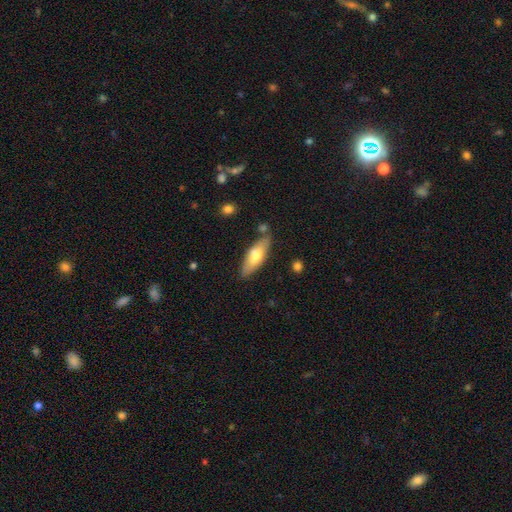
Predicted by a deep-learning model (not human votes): A smooth galaxy with no disk features (63%) that is in between round and cigar-shaped (59%).

Vote fractions:
- Smooth or featured? smooth: 63% / featured or disk: 31% / star or artifact: 6%
- How rounded? in between: 59% / cigar-shaped: 39% / round: 2%
- Merging? none: 77% / minor disturbance: 15% / merger: 5% / major disturbance: 3%